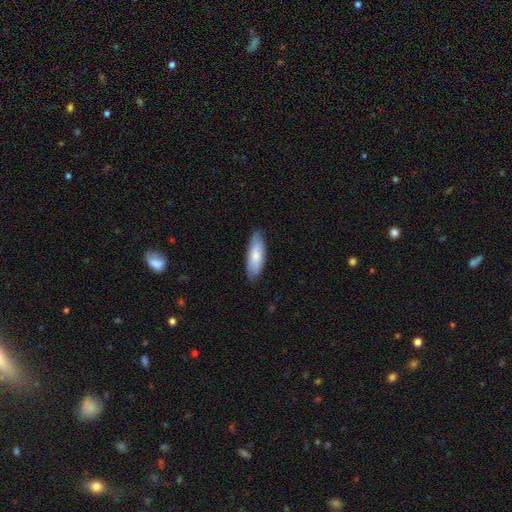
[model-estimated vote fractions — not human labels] Smooth or featured: smooth — 75% (featured or disk — 20%)
How rounded: in between — 60% (cigar-shaped — 39%)
Merging: none — 80% (minor disturbance — 17%)